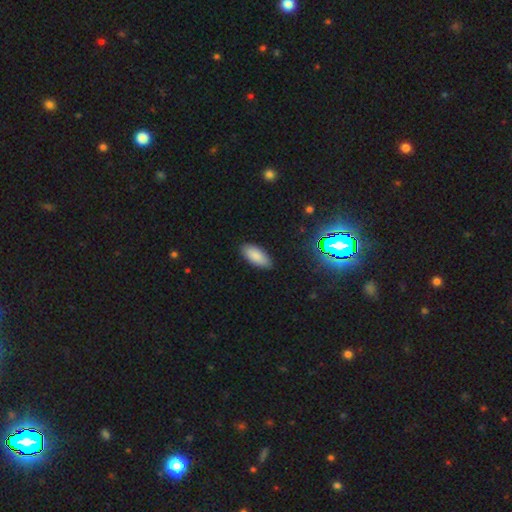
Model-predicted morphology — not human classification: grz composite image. It shows a smooth galaxy with no disk features (85%) that is in between round and cigar-shaped (89%). Merging: none (88%).